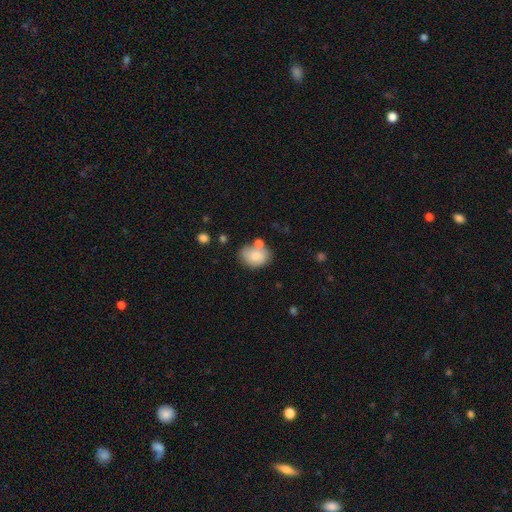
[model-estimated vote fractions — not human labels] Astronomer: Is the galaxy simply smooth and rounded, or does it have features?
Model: smooth — 79%.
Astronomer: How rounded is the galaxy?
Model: in between — 66%.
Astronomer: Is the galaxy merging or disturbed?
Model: none — 56%.